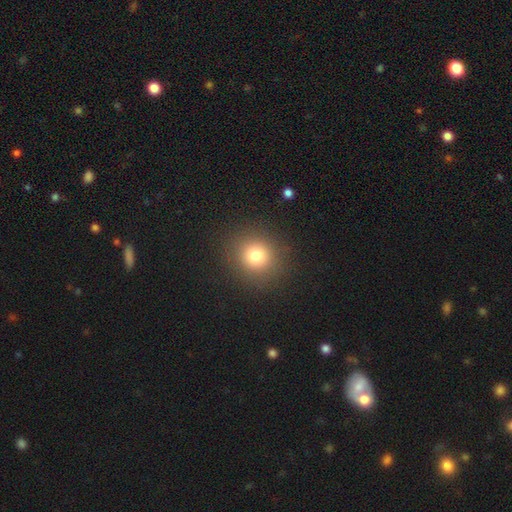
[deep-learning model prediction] Q: Smooth or featured?
A: smooth (78%); runner-up: star or artifact (14%)
Q: How rounded?
A: round (89%); runner-up: in between (11%)
Q: Merging?
A: none (90%); runner-up: minor disturbance (6%)